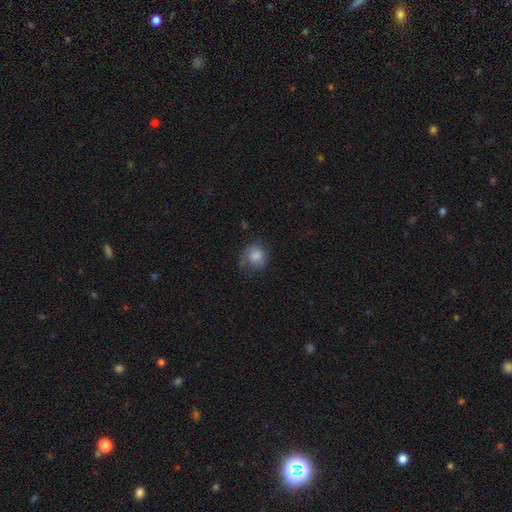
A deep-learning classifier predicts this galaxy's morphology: Overall: smooth (80%). How rounded: round (76%). Merging: none (59%; minor disturbance 28%).